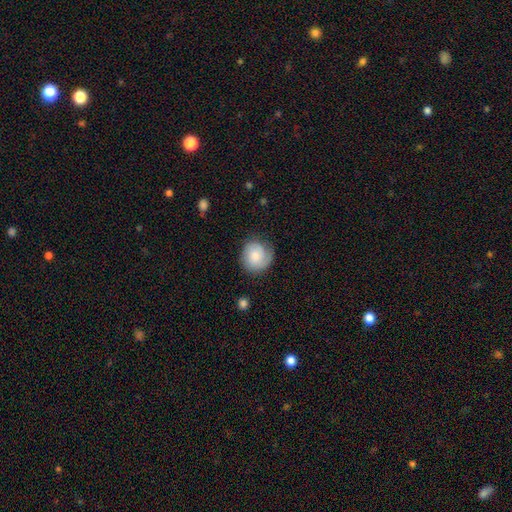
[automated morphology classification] A smooth galaxy with no disk features (56%) that is round (86%). Merging: none (72%).